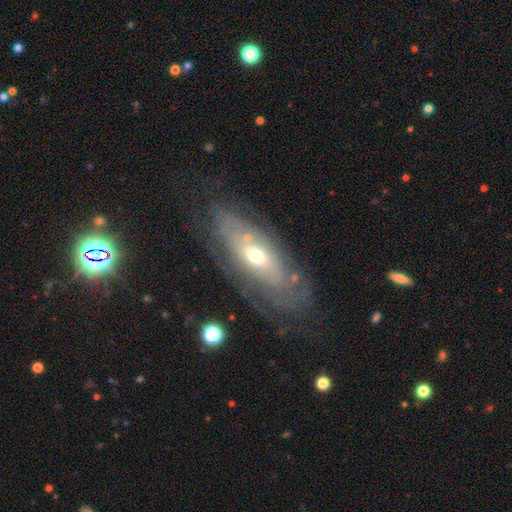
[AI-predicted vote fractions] Smooth or featured? Predicted: featured or disk (p=0.71). Edge-on disk? Predicted: no (p=0.81). Bar? Predicted: no (p=0.70). Spiral arms? Predicted: yes (p=0.63). Bulge size? Predicted: moderate (p=0.57). Merging? Predicted: none (p=0.66).